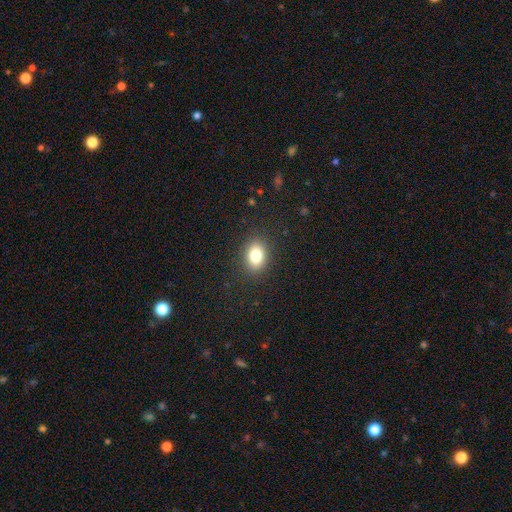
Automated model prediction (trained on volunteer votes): This is clearly a smooth galaxy (82%). How rounded: likely in between (71%). Merging: clearly none (87%).